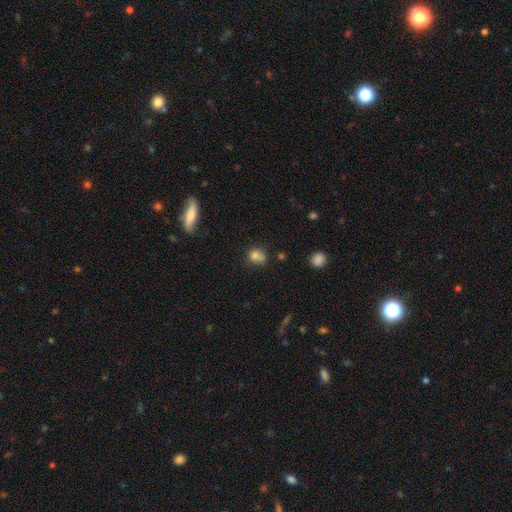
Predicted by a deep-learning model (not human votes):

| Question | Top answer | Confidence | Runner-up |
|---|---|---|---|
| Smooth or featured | smooth | 78% | star or artifact (12%) |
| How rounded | round | 66% | in between (32%) |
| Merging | none | 51% | minor disturbance (23%) |